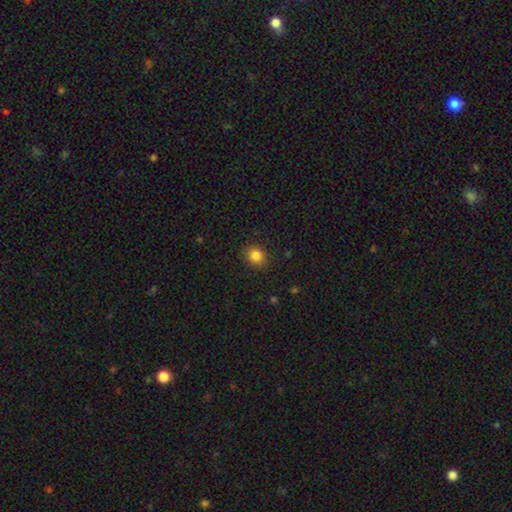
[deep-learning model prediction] smooth 85%, star or artifact 11%, featured or disk 4%. Down the decision tree: how rounded — round (76%); merging — none (87%).